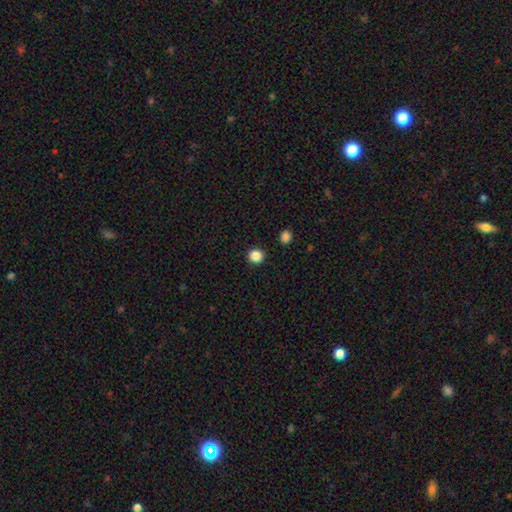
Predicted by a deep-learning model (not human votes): Overall: smooth (87%). How rounded: round (92%). Merging: none (92%).